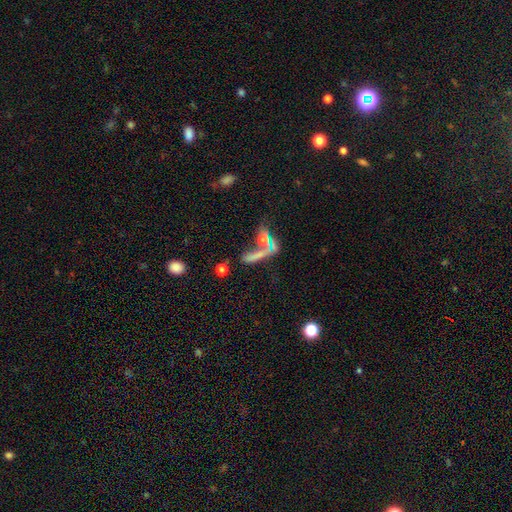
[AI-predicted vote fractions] The model was most divided on "merging": merger: 42%, none: 34%, major disturbance: 13%, minor disturbance: 11%. More confident: how rounded — cigar-shaped (65%); smooth or featured — smooth (56%).